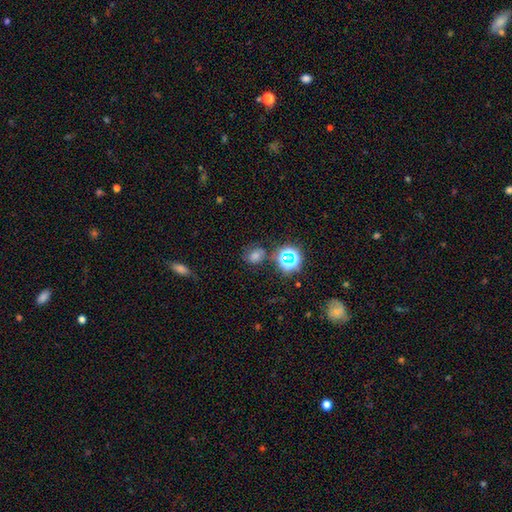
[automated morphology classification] The model was most divided on "smooth or featured": smooth: 48%, star or artifact: 39%, featured or disk: 13%. More confident: merging — none (72%).